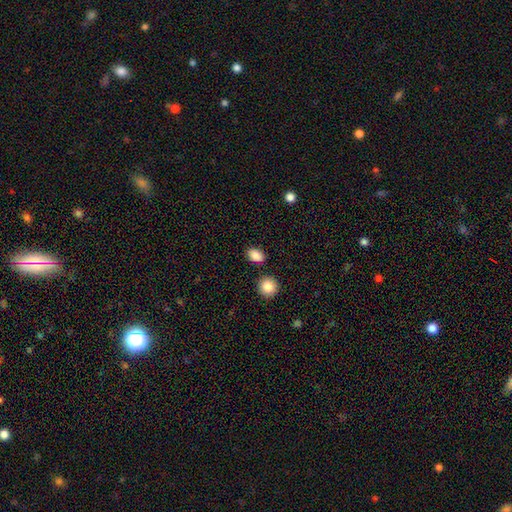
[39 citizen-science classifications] A smooth galaxy with no disk features (82%) that is in between round and cigar-shaped (66%). Merging: none (77%).